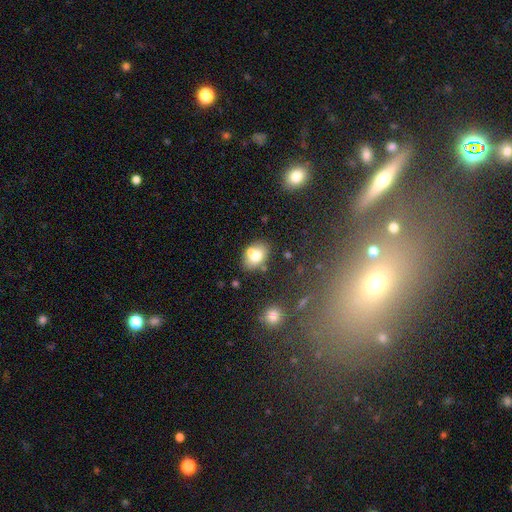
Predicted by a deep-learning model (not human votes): smooth_or_featured: smooth (p=0.70) [alt: featured or disk p=0.20]
how_rounded: in between (p=0.68) [alt: round p=0.31]
merging: none (p=0.53) [alt: merger p=0.29]